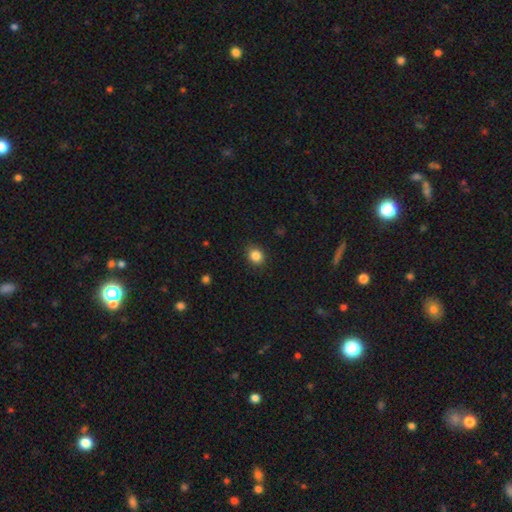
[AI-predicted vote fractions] Smooth or featured? Predicted: smooth (p=0.85). How rounded? Predicted: round (p=0.67). Merging? Predicted: none (p=0.88).